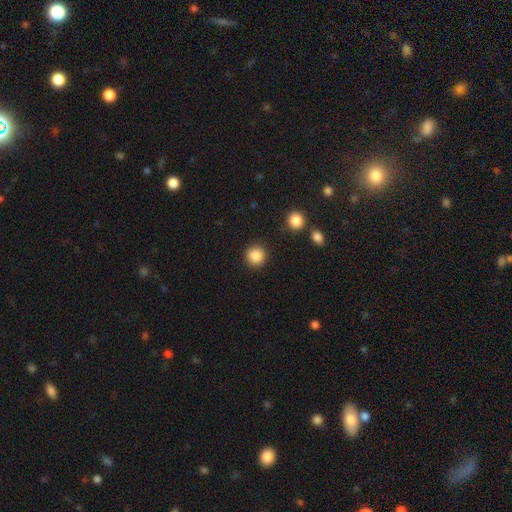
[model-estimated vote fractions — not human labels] The model was most divided on "smooth or featured": smooth: 87%, star or artifact: 9%, featured or disk: 3%. More confident: how rounded — round (92%); merging — none (90%).